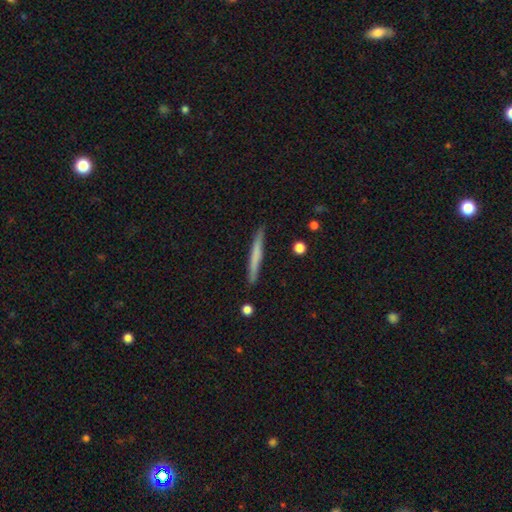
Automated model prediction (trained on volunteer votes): Smooth or featured? smooth (61%)
How rounded? cigar-shaped (97%)
Merging? none (90%)